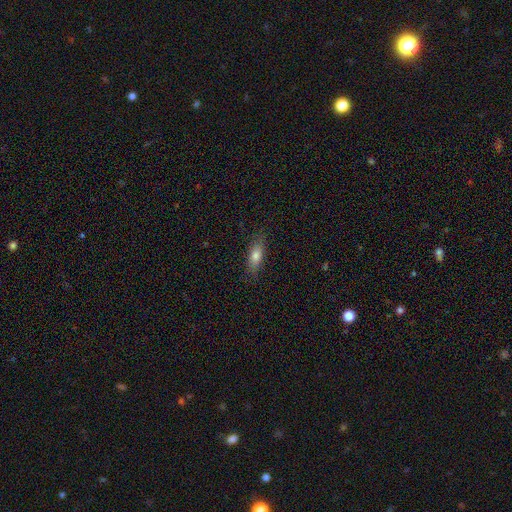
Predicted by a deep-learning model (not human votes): smooth_or_featured: smooth (p=0.74) [alt: featured or disk p=0.18]
how_rounded: in between (p=0.60) [alt: cigar-shaped p=0.37]
merging: none (p=0.83) [alt: minor disturbance p=0.13]